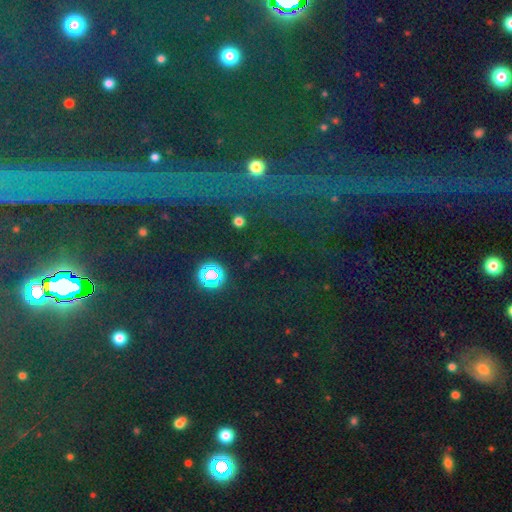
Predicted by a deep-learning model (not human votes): A star or artifact, not a galaxy (83%).

Vote fractions:
- Smooth or featured? star or artifact: 83% / smooth: 9% / featured or disk: 7%